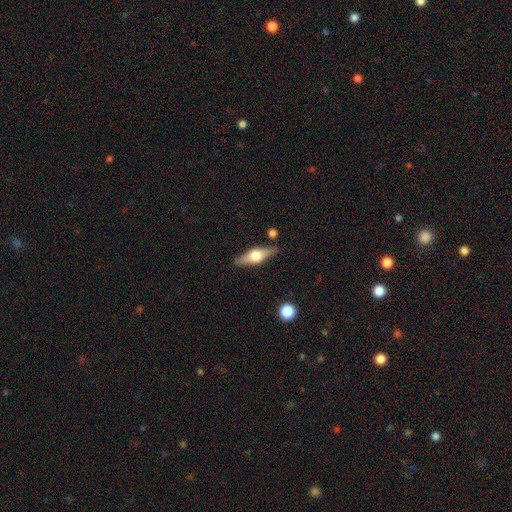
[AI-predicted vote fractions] This appears to be a featured or disk galaxy (69%) viewed edge-on (96%) with a rounded central bulge (94%). Merging: none (85%).